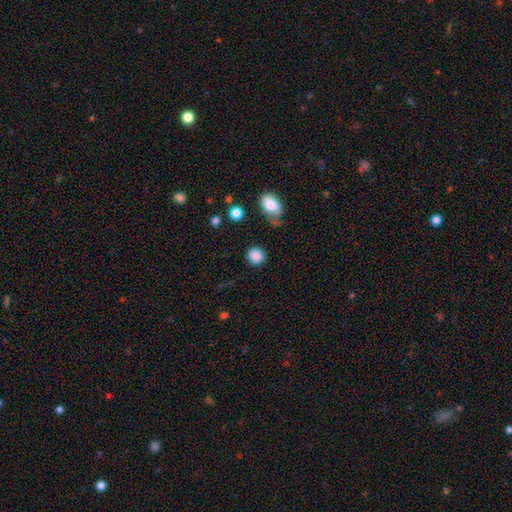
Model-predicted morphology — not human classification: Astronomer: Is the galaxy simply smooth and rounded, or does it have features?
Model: smooth — 87%.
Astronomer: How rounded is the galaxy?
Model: round — 88%.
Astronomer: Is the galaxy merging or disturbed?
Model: none — 85%.